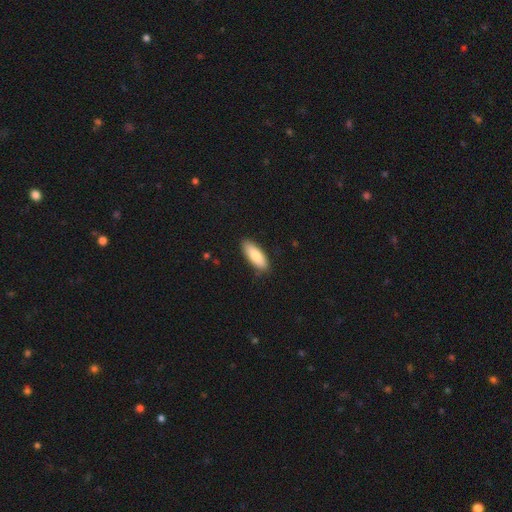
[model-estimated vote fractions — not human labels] The model was most divided on "how rounded": in between: 71%, cigar-shaped: 27%, round: 2%. More confident: merging — none (87%); smooth or featured — smooth (82%).